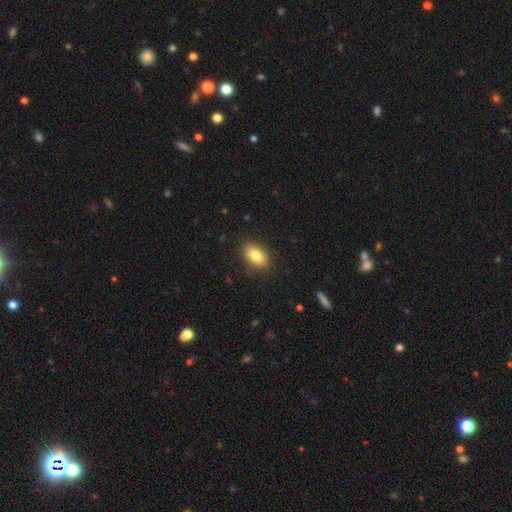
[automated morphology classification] The model was most divided on "smooth or featured": smooth: 82%, featured or disk: 10%, star or artifact: 8%. More confident: how rounded — in between (86%); merging — none (86%).